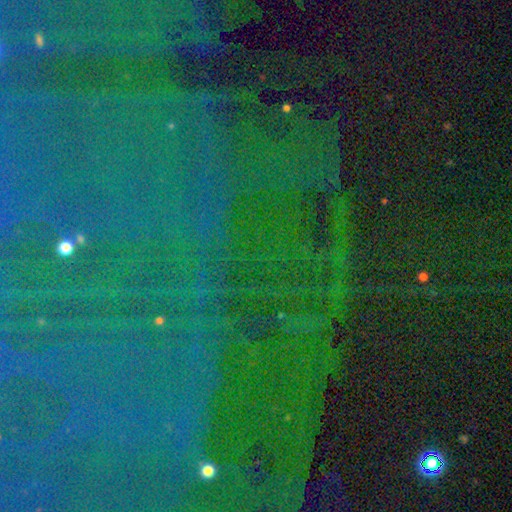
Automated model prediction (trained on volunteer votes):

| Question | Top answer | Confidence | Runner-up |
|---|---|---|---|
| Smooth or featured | star or artifact | 86% | featured or disk (8%) |